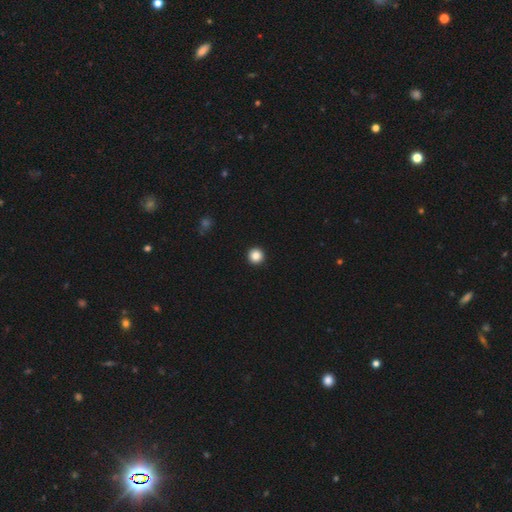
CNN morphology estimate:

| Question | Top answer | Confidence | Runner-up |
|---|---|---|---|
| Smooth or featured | smooth | 86% | star or artifact (10%) |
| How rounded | round | 97% | in between (2%) |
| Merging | none | 94% | minor disturbance (3%) |